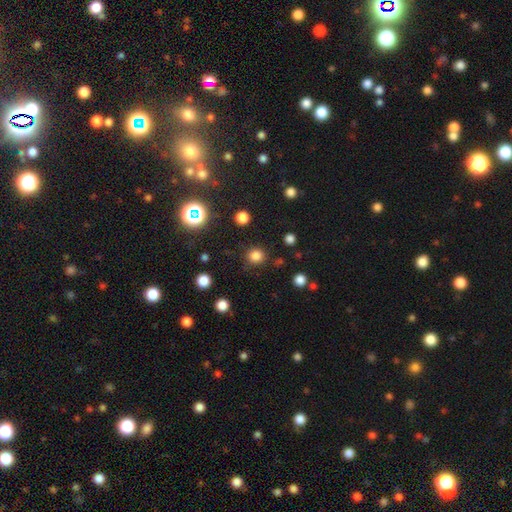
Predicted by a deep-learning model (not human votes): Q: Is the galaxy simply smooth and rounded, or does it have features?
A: smooth — 80%.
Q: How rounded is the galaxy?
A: round — 91%.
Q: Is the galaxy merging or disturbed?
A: none — 88%.